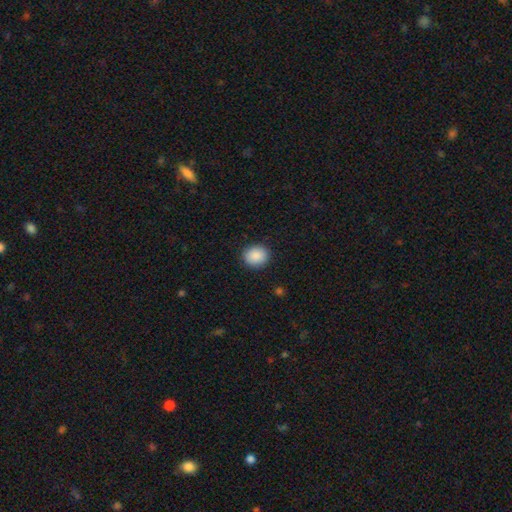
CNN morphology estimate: The model was most divided on "how rounded": round: 73%, in between: 26%, cigar-shaped: 1%. More confident: merging — none (90%); smooth or featured — smooth (90%).